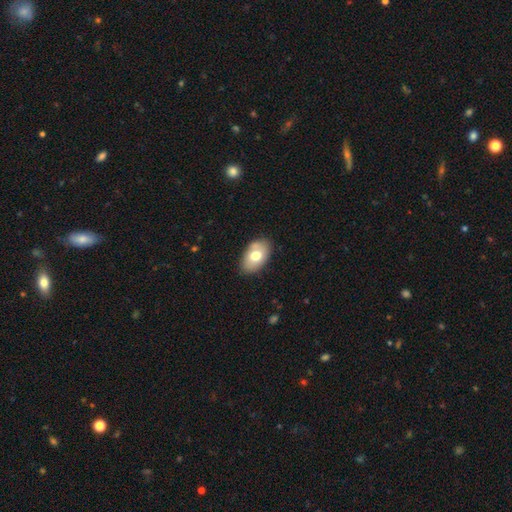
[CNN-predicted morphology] This is likely a smooth galaxy (69%). How rounded: clearly in between (91%). Merging: likely none (78%).